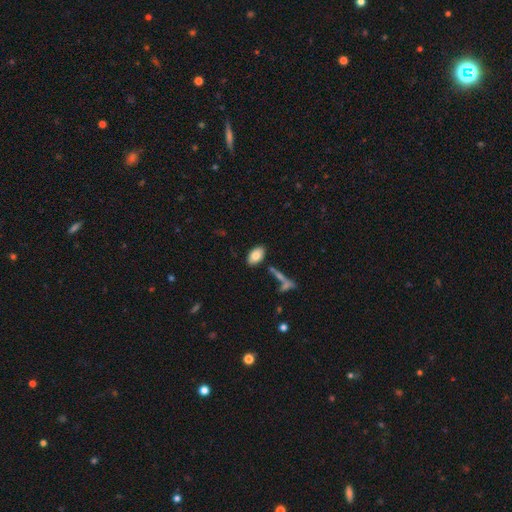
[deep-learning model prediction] This is likely a smooth galaxy (80%). How rounded: clearly in between (93%). Merging: clearly none (80%).